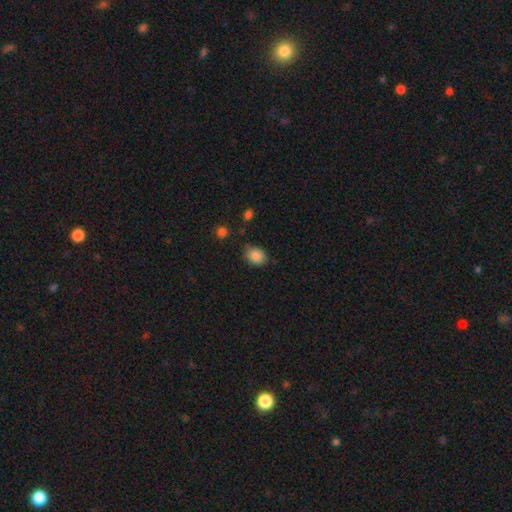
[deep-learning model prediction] Smooth or featured?
  - smooth: 86% *
  - star or artifact: 9%
  - featured or disk: 5%
How rounded?
  - in between: 57% *
  - round: 42%
  - cigar-shaped: 1%
Merging?
  - none: 77% *
  - minor disturbance: 17%
  - major disturbance: 3%
  - merger: 2%